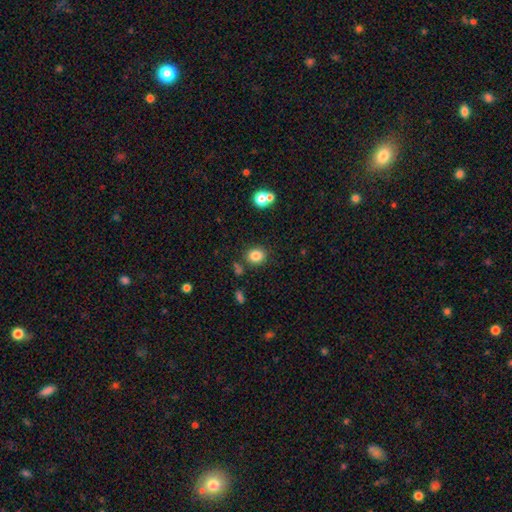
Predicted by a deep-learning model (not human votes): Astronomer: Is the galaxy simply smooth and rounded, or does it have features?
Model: smooth — 83%.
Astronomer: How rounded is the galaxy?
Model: round — 73%.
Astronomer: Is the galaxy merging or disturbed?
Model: none — 82%.